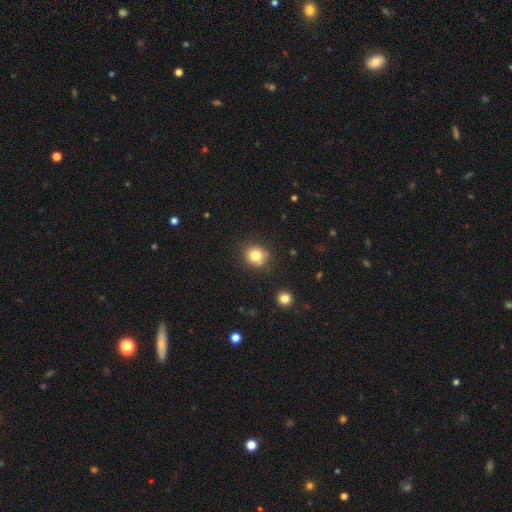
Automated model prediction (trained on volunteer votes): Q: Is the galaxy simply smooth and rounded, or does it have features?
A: smooth — 81%.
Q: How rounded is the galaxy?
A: round — 81%.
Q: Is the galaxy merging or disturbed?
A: none — 81%.